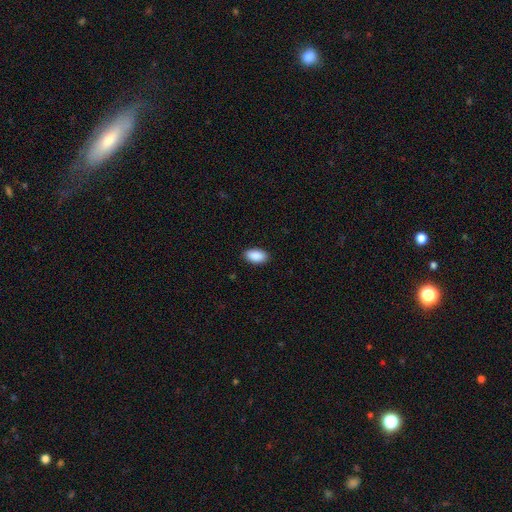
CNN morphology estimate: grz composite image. It shows a smooth galaxy with no disk features (91%) that is in between round and cigar-shaped (94%). Merging: none (89%).